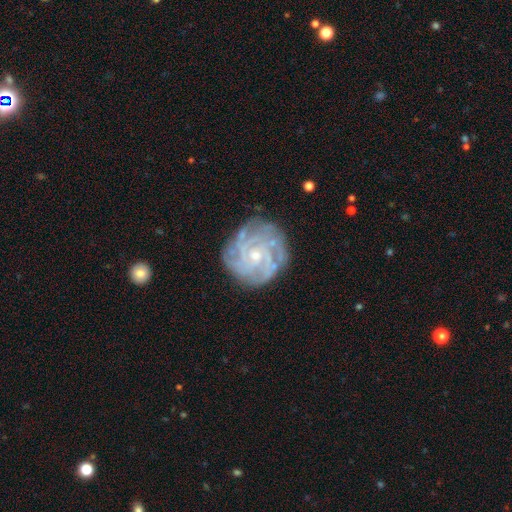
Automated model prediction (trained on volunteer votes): Smooth or featured?
  - featured or disk: 83% *
  - smooth: 10%
  - star or artifact: 7%
Edge-on disk?
  - no: 98% *
  - yes: 2%
Bar?
  - no: 72% *
  - weak: 24%
  - strong: 4%
Spiral arms?
  - yes: 94% *
  - no: 6%
Spiral winding?
  - tight: 73% *
  - medium: 22%
  - loose: 5%
Spiral arm count?
  - can't tell: 36% *
  - 4: 22%
  - more than 4: 14%
  - 3: 13%
  - 2: 9%
  - 1: 6%
Bulge size?
  - small: 66% *
  - moderate: 30%
  - none: 2%
  - large: 1%
  - dominant: 1%
Merging?
  - none: 78% *
  - minor disturbance: 15%
  - major disturbance: 5%
  - merger: 2%